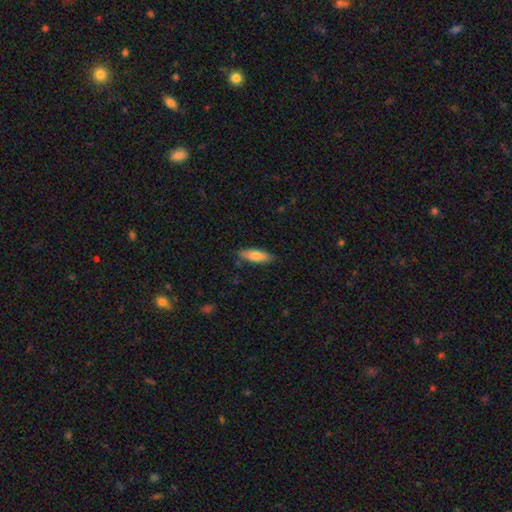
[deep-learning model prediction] Smooth or featured: smooth — 78% (featured or disk — 15%)
How rounded: in between — 56% (cigar-shaped — 43%)
Merging: none — 83% (minor disturbance — 13%)